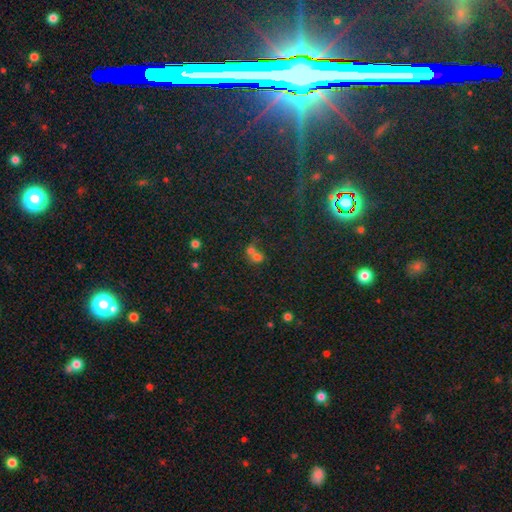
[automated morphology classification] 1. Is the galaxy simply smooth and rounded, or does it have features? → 63% smooth, 19% star or artifact, 17% featured or disk.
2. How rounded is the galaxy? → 68% round, 30% in between, 1% cigar-shaped.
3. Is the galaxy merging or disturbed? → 66% merger, 24% none, 6% minor disturbance, 4% major disturbance.